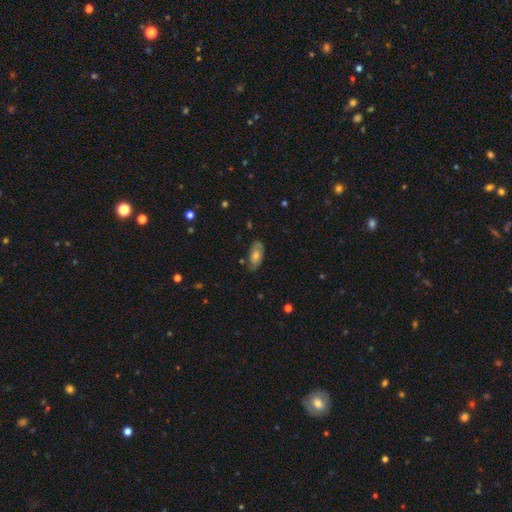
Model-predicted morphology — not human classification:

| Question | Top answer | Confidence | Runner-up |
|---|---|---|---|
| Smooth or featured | smooth | 51% | featured or disk (40%) |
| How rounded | in between | 87% | cigar-shaped (9%) |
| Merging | none | 76% | minor disturbance (18%) |